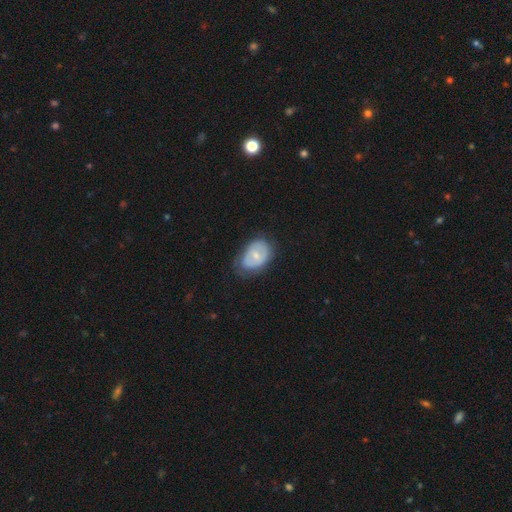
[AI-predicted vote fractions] Morphology: type=featured or disk (49%); merging=none (65%).